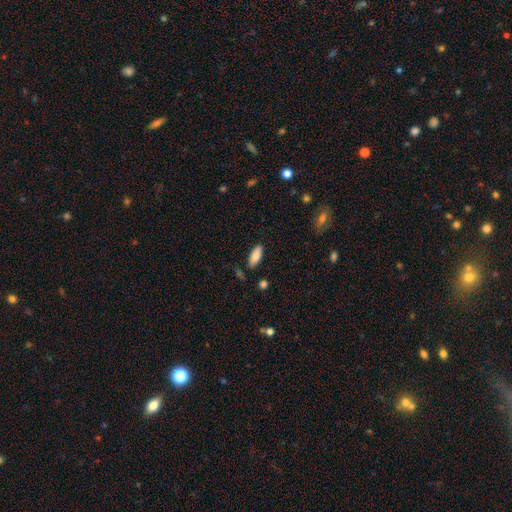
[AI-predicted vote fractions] smooth_or_featured: smooth (p=0.84) [alt: featured or disk p=0.09]
how_rounded: in between (p=0.77) [alt: cigar-shaped p=0.21]
merging: none (p=0.83) [alt: minor disturbance p=0.12]